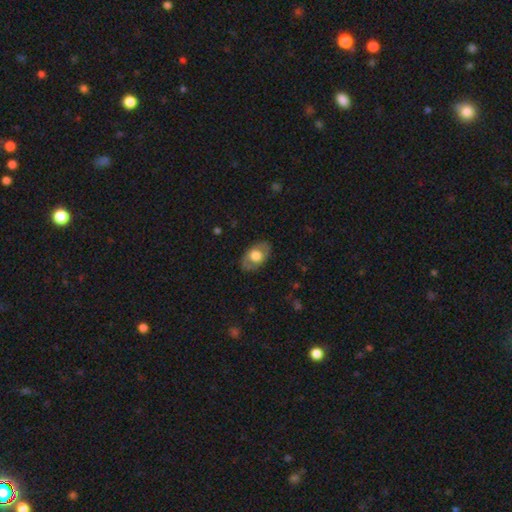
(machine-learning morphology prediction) Smooth or featured? smooth (63%)
How rounded? in between (88%)
Merging? none (81%)